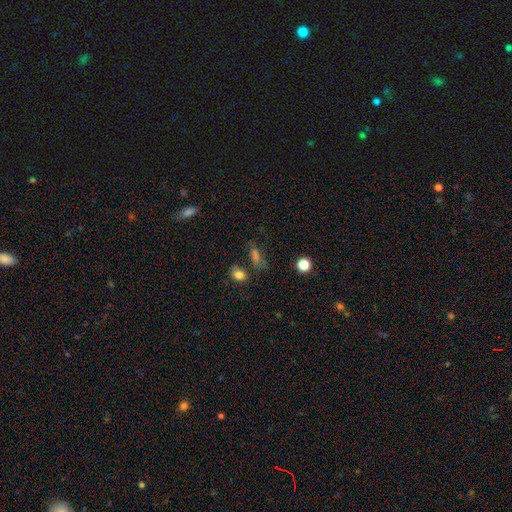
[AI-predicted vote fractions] Overall: smooth (54%; star or artifact 27%). How rounded: in between (61%; cigar-shaped 22%). Merging: none (62%).